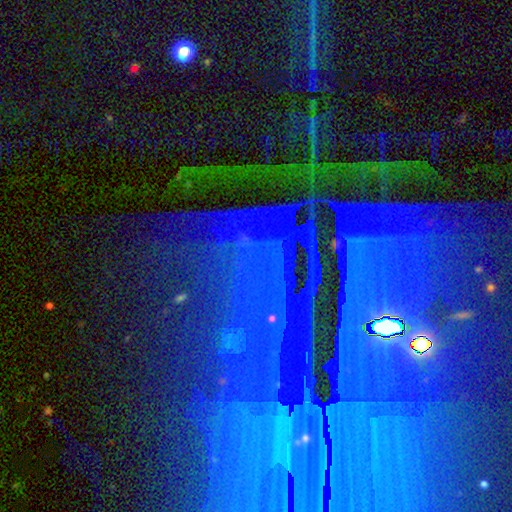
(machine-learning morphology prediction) type=star or artifact (84%).